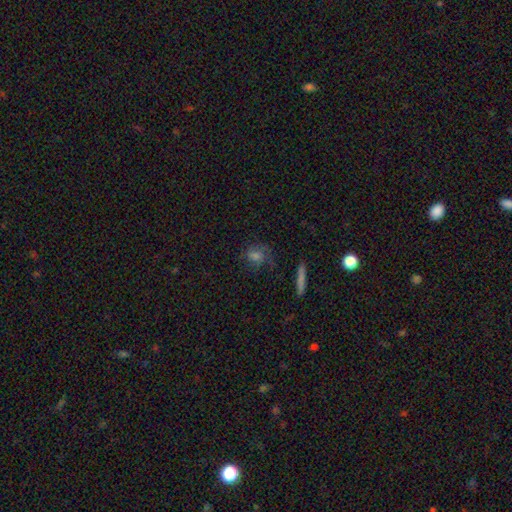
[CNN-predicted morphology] smooth-or-featured: smooth: 56% | featured or disk: 24% | star or artifact: 21%
  how-rounded: round: 58% | in between: 35% | cigar-shaped: 7%
  merging: none: 69% | minor disturbance: 18% | major disturbance: 10% | merger: 3%